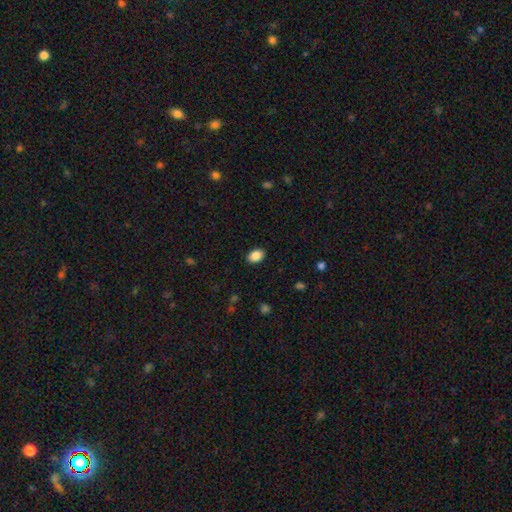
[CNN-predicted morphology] Q: Smooth or featured?
A: smooth (88%); runner-up: star or artifact (8%)
Q: How rounded?
A: in between (82%); runner-up: round (17%)
Q: Merging?
A: none (89%); runner-up: minor disturbance (8%)